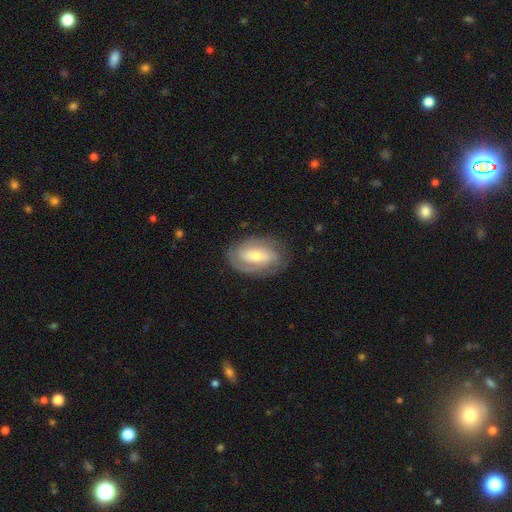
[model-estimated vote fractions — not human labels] A featured or disk galaxy (73%) with a weak bar (38%), 2 (59%) tight (59%) spiral arms (87%) and a small central bulge (53%). Merging: none (77%).